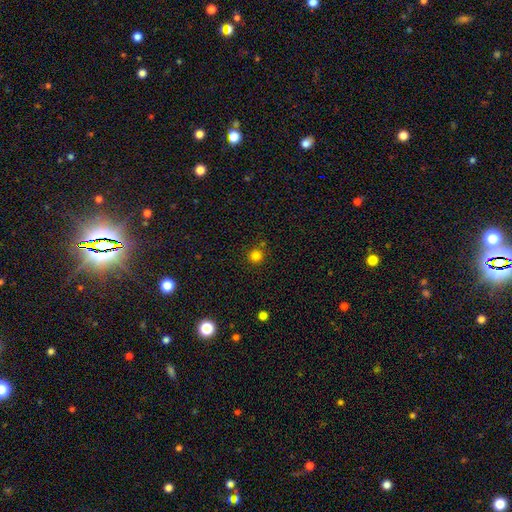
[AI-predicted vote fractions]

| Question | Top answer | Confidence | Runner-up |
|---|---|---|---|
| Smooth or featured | smooth | 81% | star or artifact (15%) |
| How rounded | round | 95% | in between (4%) |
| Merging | none | 82% | merger (8%) |